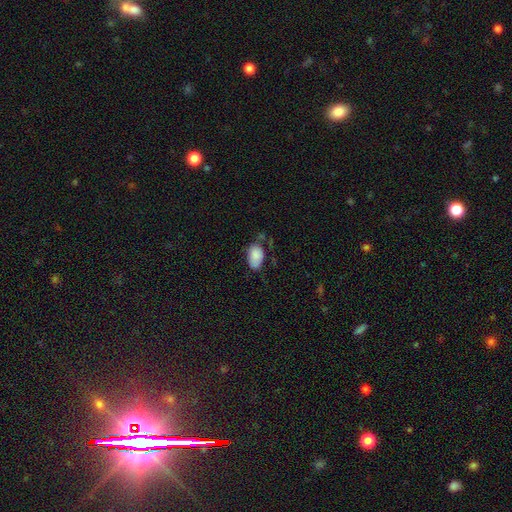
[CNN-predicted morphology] Smooth or featured? Predicted: smooth (p=0.85). How rounded? Predicted: in between (p=0.91). Merging? Predicted: none (p=0.52).